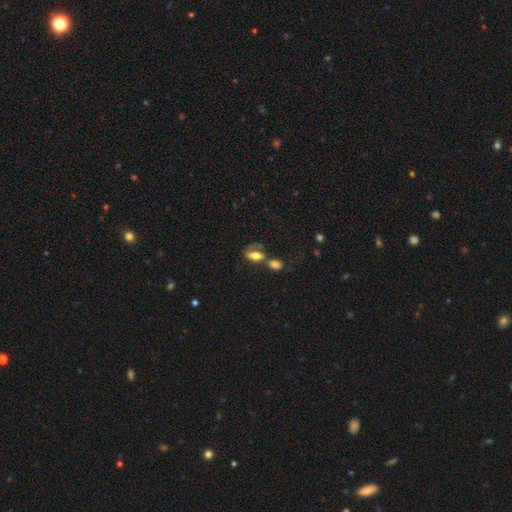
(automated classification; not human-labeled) Smooth or featured?
  - smooth: 61% *
  - featured or disk: 28%
  - star or artifact: 11%
How rounded?
  - in between: 80% *
  - cigar-shaped: 13%
  - round: 7%
Merging?
  - merger: 40% *
  - none: 33%
  - minor disturbance: 14%
  - major disturbance: 13%